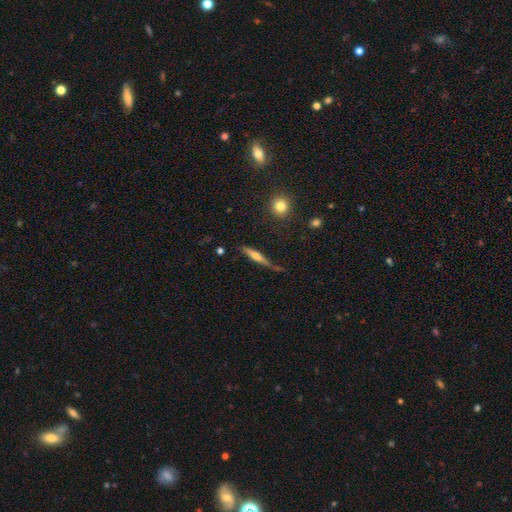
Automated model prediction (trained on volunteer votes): This is possibly a featured or disk galaxy (48%). Merging: likely none (65%).